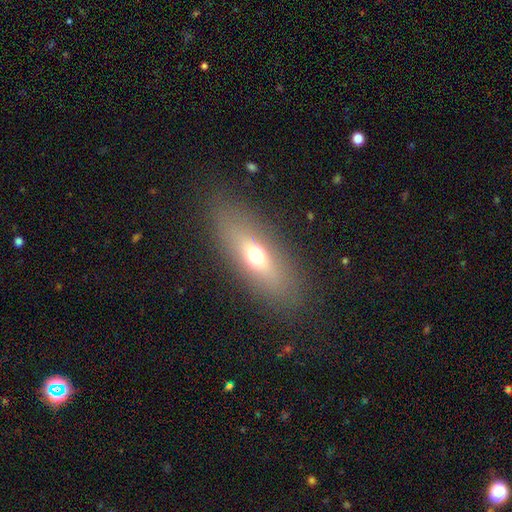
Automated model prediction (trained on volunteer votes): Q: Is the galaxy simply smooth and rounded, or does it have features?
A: smooth — 59%.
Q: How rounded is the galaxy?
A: in between — 58%.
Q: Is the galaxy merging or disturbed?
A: none — 85%.